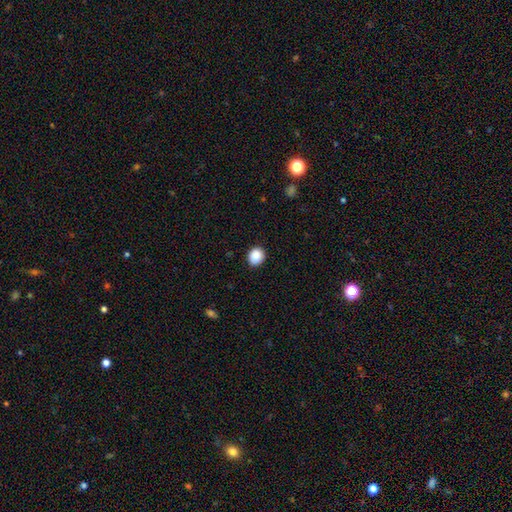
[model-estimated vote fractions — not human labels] A smooth galaxy with no disk features (89%) that is round (69%).

Vote fractions:
- Smooth or featured? smooth: 89% / star or artifact: 9% / featured or disk: 3%
- How rounded? round: 69% / in between: 30% / cigar-shaped: 1%
- Merging? none: 88% / minor disturbance: 9% / major disturbance: 2% / merger: 1%